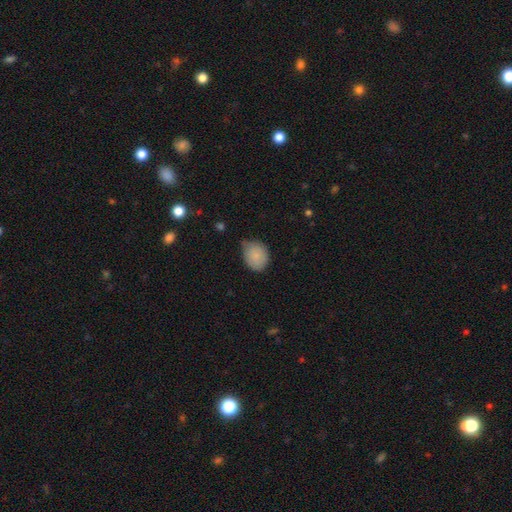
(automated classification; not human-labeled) Smooth or featured?
  - smooth: 85% *
  - star or artifact: 8%
  - featured or disk: 8%
How rounded?
  - round: 54% *
  - in between: 45%
  - cigar-shaped: 1%
Merging?
  - none: 49% *
  - minor disturbance: 42%
  - major disturbance: 7%
  - merger: 2%